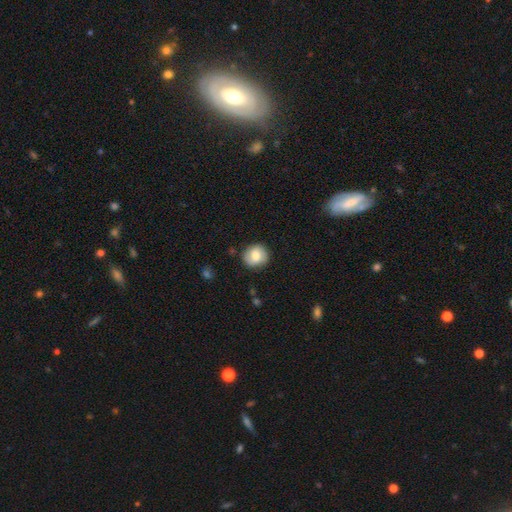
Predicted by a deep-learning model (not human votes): Q: Smooth or featured?
A: smooth (74%); runner-up: featured or disk (18%)
Q: How rounded?
A: round (82%); runner-up: in between (17%)
Q: Merging?
A: none (83%); runner-up: minor disturbance (12%)